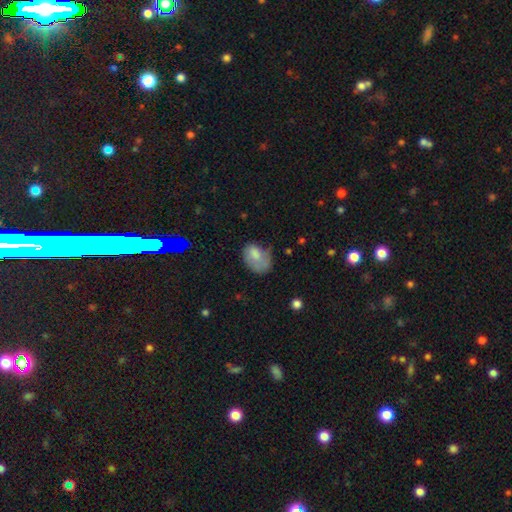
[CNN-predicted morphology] This is likely a smooth galaxy (71%). How rounded: likely in between (77%). Merging: marginally none (36%).